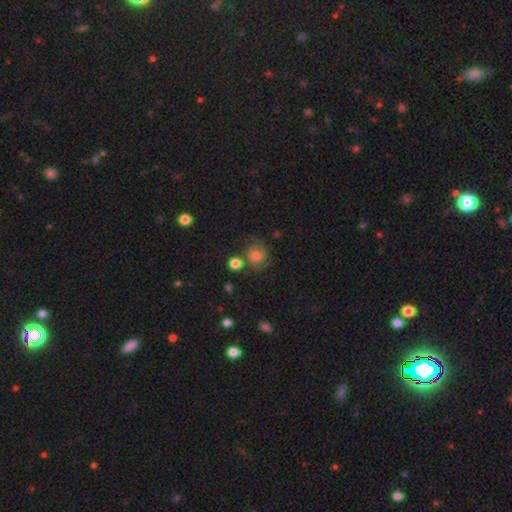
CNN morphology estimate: Smooth or featured?
  - smooth: 51% *
  - featured or disk: 37%
  - star or artifact: 12%
How rounded?
  - round: 78% *
  - in between: 21%
  - cigar-shaped: 1%
Merging?
  - none: 60% *
  - minor disturbance: 21%
  - major disturbance: 12%
  - merger: 8%